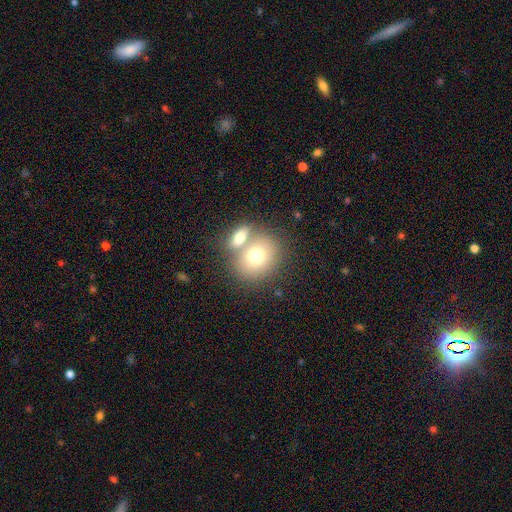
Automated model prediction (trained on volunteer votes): smooth_or_featured: smooth (p=0.73) [alt: featured or disk p=0.18]
how_rounded: round (p=0.66) [alt: in between p=0.33]
merging: none (p=0.47) [alt: merger p=0.41]